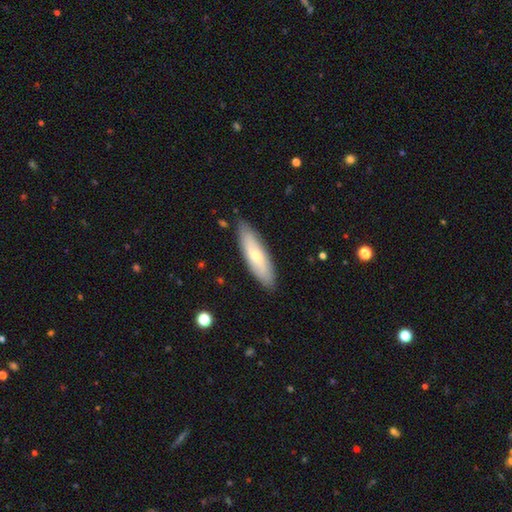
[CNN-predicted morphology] Smooth or featured? Predicted: smooth (p=0.55). How rounded? Predicted: cigar-shaped (p=0.58). Merging? Predicted: none (p=0.85).